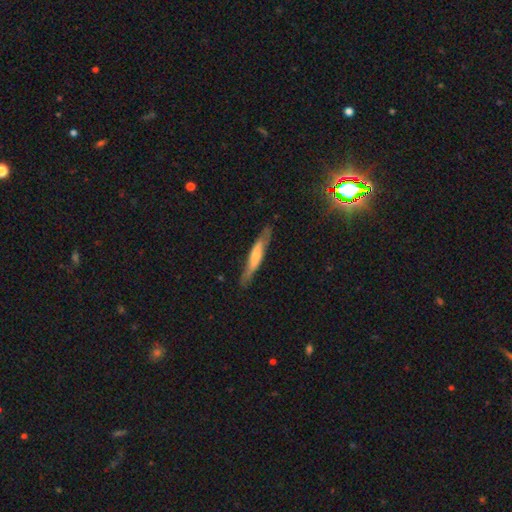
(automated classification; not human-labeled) A smooth galaxy with no disk features (49%). Merging: none (76%).